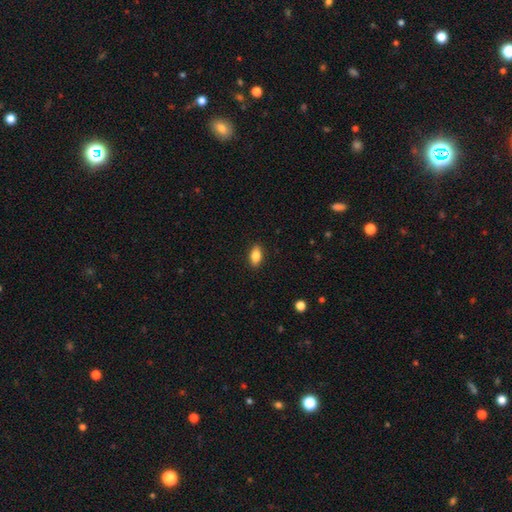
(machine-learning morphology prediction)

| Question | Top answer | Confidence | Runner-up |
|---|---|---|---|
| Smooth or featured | smooth | 84% | featured or disk (8%) |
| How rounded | in between | 89% | round (6%) |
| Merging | none | 90% | minor disturbance (8%) |